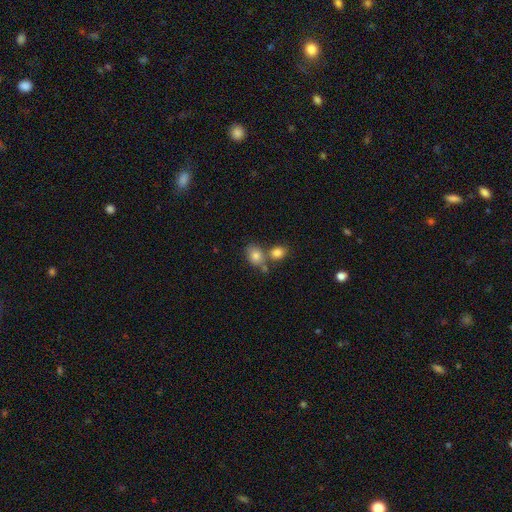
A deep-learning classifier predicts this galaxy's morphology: A smooth galaxy with no disk features (80%) that is in between round and cigar-shaped (58%).

Vote fractions:
- Smooth or featured? smooth: 80% / star or artifact: 10% / featured or disk: 10%
- How rounded? in between: 58% / round: 41% / cigar-shaped: 1%
- Merging? none: 49% / merger: 36% / minor disturbance: 12% / major disturbance: 4%